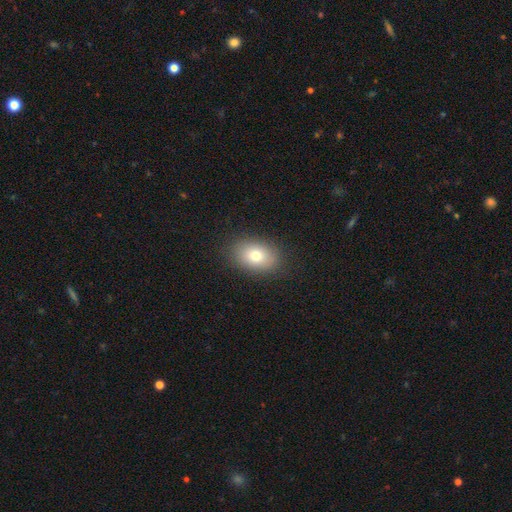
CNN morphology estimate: Smooth or featured?
  - smooth: 76% *
  - featured or disk: 13%
  - star or artifact: 10%
How rounded?
  - in between: 82% *
  - round: 17%
  - cigar-shaped: 1%
Merging?
  - none: 88% *
  - minor disturbance: 9%
  - major disturbance: 3%
  - merger: 1%